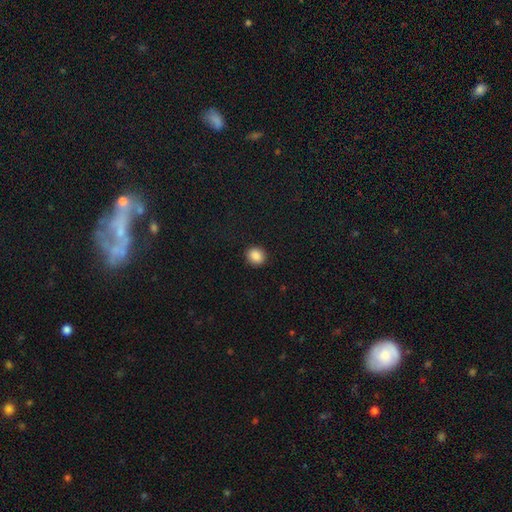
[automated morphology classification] type=smooth (88%); roundness=round (78%); merging=none (91%).